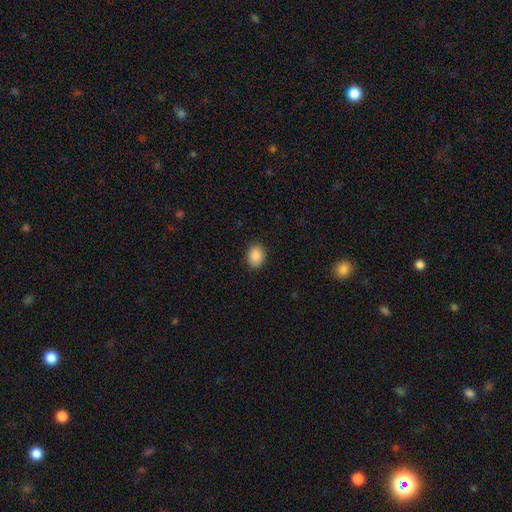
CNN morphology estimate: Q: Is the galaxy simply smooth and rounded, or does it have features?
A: smooth — 88%.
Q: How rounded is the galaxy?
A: in between — 53%.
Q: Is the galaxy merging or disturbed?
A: none — 88%.